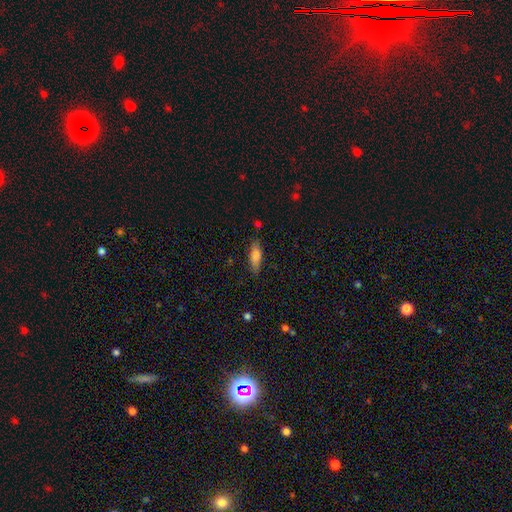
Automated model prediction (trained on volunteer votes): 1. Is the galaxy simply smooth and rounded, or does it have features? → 76% smooth, 17% featured or disk, 7% star or artifact.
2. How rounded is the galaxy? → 49% cigar-shaped, 48% in between, 2% round.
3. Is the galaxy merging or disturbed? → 80% none, 15% minor disturbance, 3% major disturbance, 2% merger.